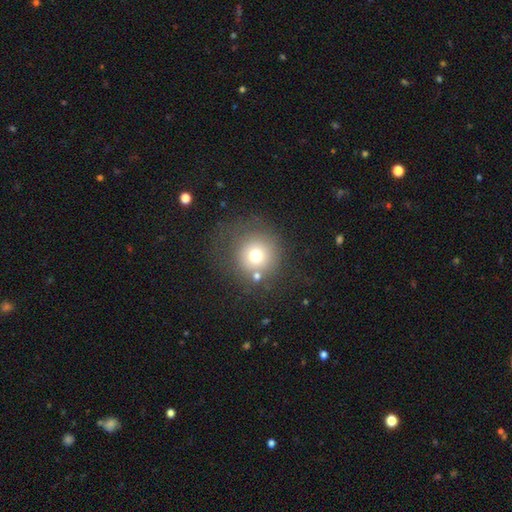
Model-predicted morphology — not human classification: A smooth galaxy with no disk features (70%) that is round (94%). Merging: none (66%).